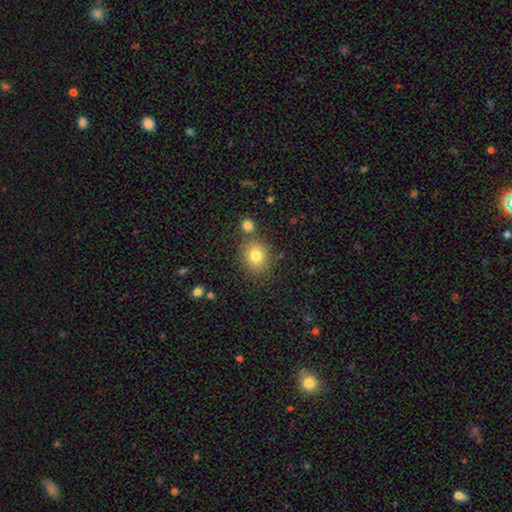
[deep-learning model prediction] This is likely a smooth galaxy (79%). How rounded: likely round (66%). Merging: likely none (74%).